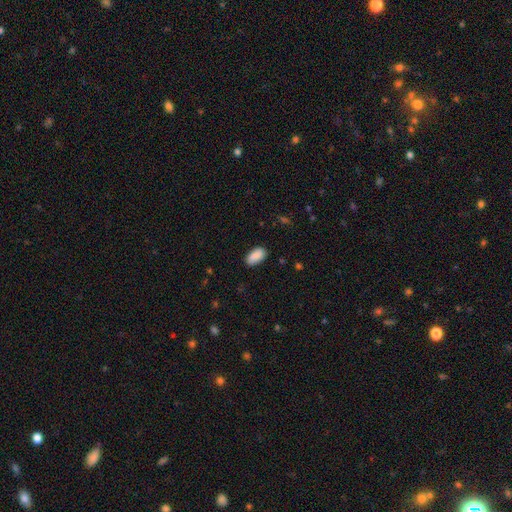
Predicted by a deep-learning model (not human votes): A smooth galaxy with no disk features (90%) that is in between round and cigar-shaped (94%). Merging: none (84%).